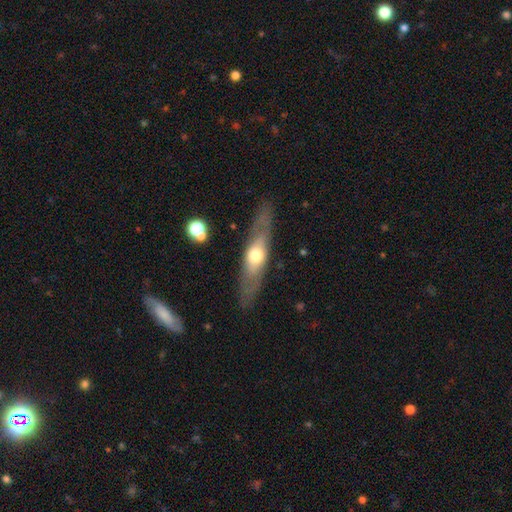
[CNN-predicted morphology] This appears to be a featured or disk galaxy (55%) viewed edge-on (70%). Merging: none (82%).